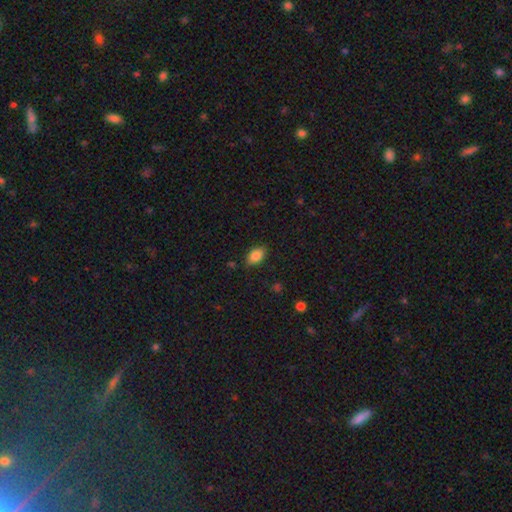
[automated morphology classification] type=smooth (86%); roundness=in between (88%); merging=none (84%).